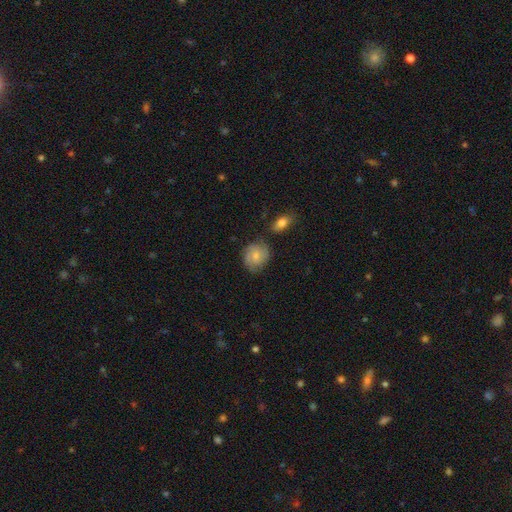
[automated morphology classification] Smooth or featured?
  - smooth: 56% *
  - featured or disk: 36%
  - star or artifact: 7%
How rounded?
  - round: 71% *
  - in between: 28%
  - cigar-shaped: 1%
Merging?
  - none: 68% *
  - minor disturbance: 20%
  - merger: 6%
  - major disturbance: 5%